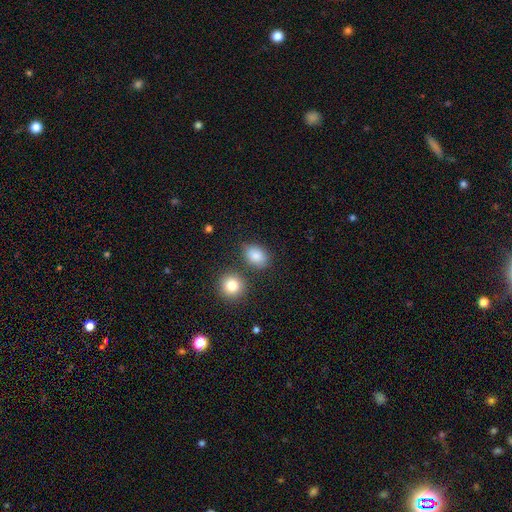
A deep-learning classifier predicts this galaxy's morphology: smooth 85%, star or artifact 9%, featured or disk 6%. Down the decision tree: how rounded — in between (73%); merging — none (72%).